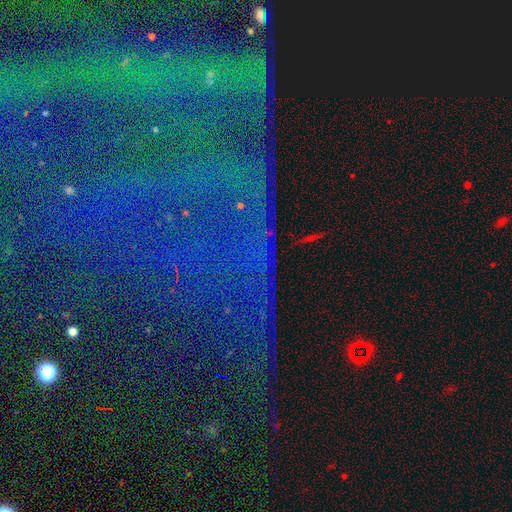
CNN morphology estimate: Smooth or featured?
  - star or artifact: 80% *
  - featured or disk: 11%
  - smooth: 9%